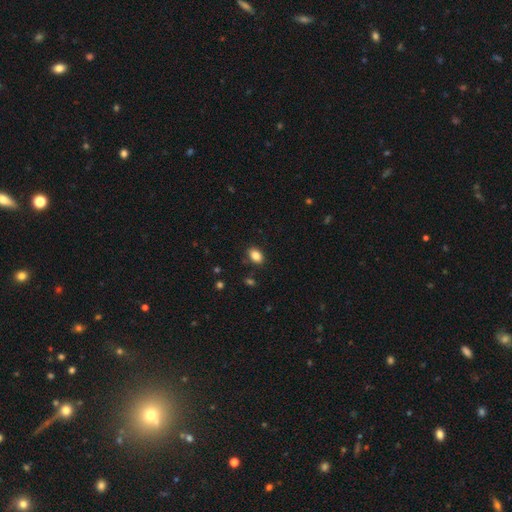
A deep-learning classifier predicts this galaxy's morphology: smooth_or_featured: smooth (p=0.85) [alt: star or artifact p=0.09]
how_rounded: in between (p=0.84) [alt: round p=0.15]
merging: none (p=0.86) [alt: minor disturbance p=0.10]